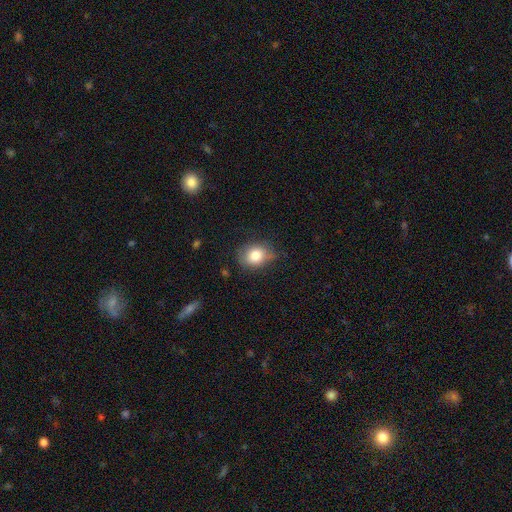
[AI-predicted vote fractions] Morphology: type=smooth (80%); roundness=round (50%); merging=none (68%).